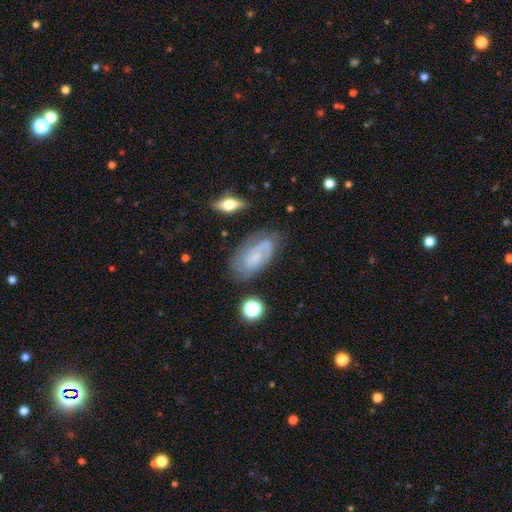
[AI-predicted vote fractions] Overall: featured or disk (59%; smooth 31%). Edge-on disk: no (93%). Bar: no (70%). Spiral arms: yes (83%). Bulge size: small (49%; none 28%). Merging: none (62%; minor disturbance 23%).